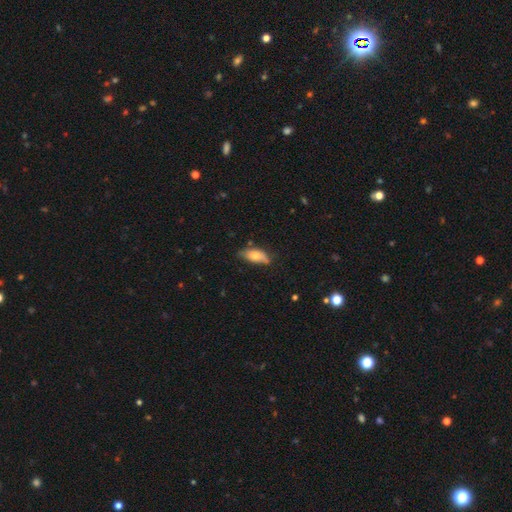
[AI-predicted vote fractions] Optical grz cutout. It shows a smooth galaxy with no disk features (75%) that is in between round and cigar-shaped (85%). Merging: none (59%).